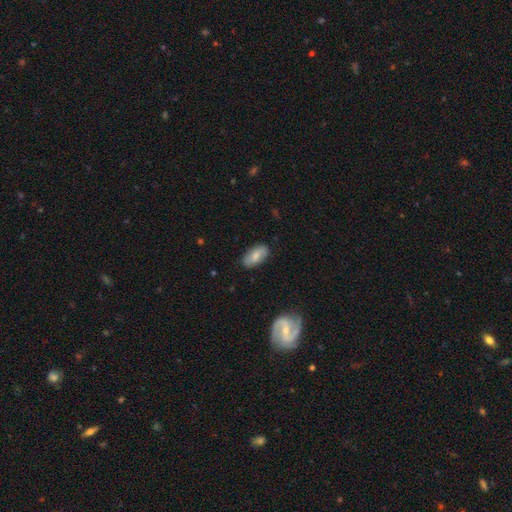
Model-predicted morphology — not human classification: Smooth or featured: smooth — 69% (featured or disk — 25%)
How rounded: in between — 91% (cigar-shaped — 6%)
Merging: none — 84% (minor disturbance — 12%)